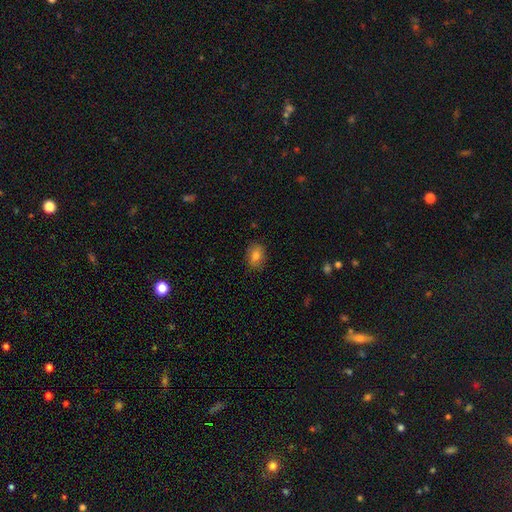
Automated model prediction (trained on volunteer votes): A smooth galaxy with no disk features (76%) that is in between round and cigar-shaped (66%).

Vote fractions:
- Smooth or featured? smooth: 76% / featured or disk: 15% / star or artifact: 9%
- How rounded? in between: 66% / round: 33% / cigar-shaped: 2%
- Merging? none: 84% / minor disturbance: 12% / major disturbance: 3% / merger: 1%